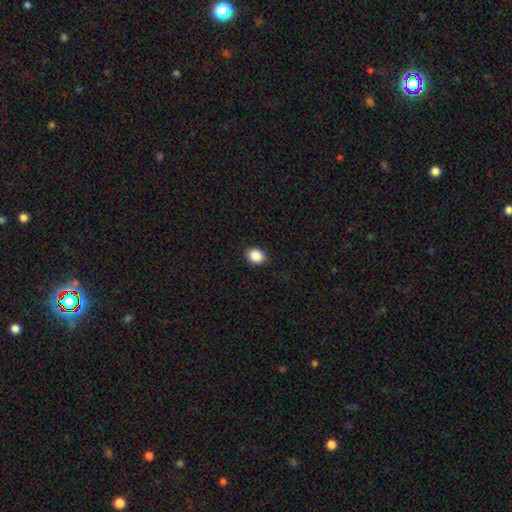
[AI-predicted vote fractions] Smooth or featured? smooth (89%)
How rounded? round (55%)
Merging? none (89%)